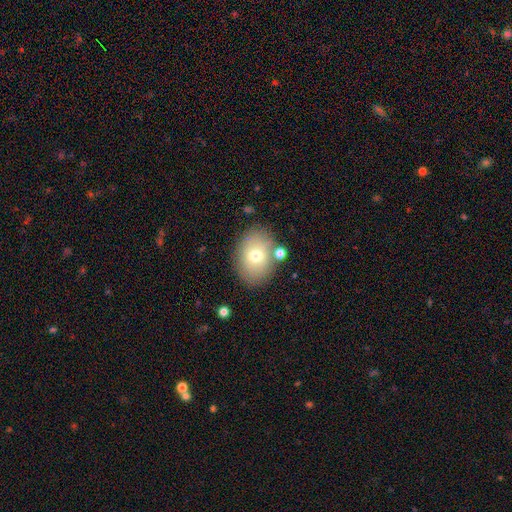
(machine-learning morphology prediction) Smooth or featured?
  - smooth: 70% *
  - featured or disk: 20%
  - star or artifact: 10%
How rounded?
  - in between: 69% *
  - round: 30%
  - cigar-shaped: 1%
Merging?
  - none: 79% *
  - minor disturbance: 12%
  - merger: 5%
  - major disturbance: 4%